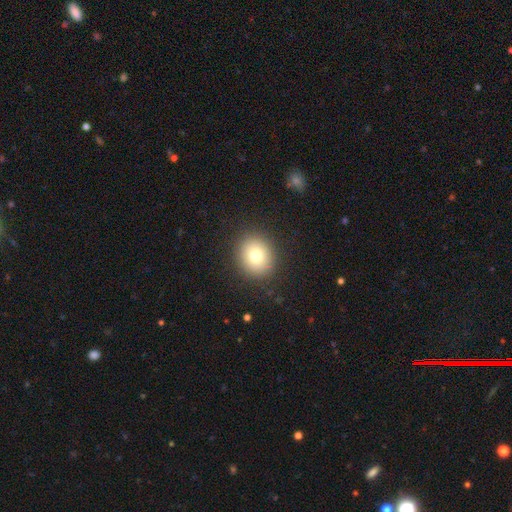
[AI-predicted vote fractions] Q: Smooth or featured?
A: smooth (79%); runner-up: star or artifact (11%)
Q: How rounded?
A: round (76%); runner-up: in between (23%)
Q: Merging?
A: none (89%); runner-up: minor disturbance (7%)